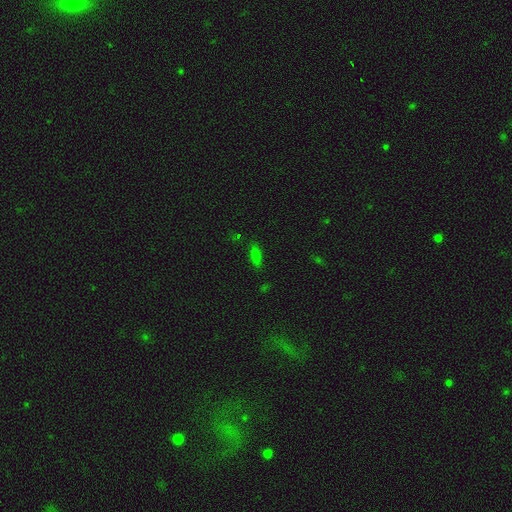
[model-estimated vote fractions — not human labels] Smooth or featured?
  - smooth: 73% *
  - star or artifact: 17%
  - featured or disk: 10%
How rounded?
  - in between: 57% *
  - cigar-shaped: 40%
  - round: 3%
Merging?
  - none: 82% *
  - minor disturbance: 13%
  - major disturbance: 3%
  - merger: 2%